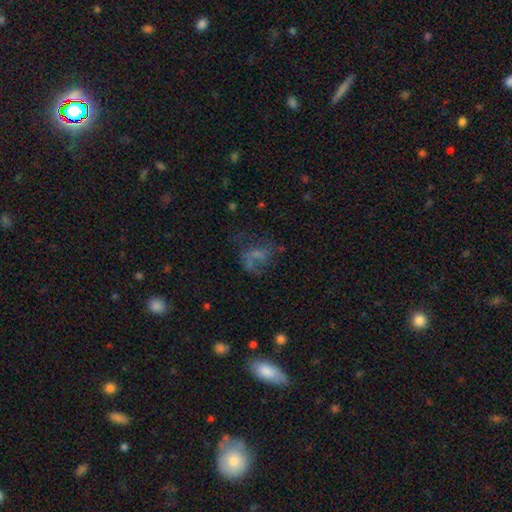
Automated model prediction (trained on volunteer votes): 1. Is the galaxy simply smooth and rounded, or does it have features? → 40% featured or disk, 39% smooth, 21% star or artifact.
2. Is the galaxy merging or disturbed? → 38% none, 34% major disturbance, 18% minor disturbance, 10% merger.